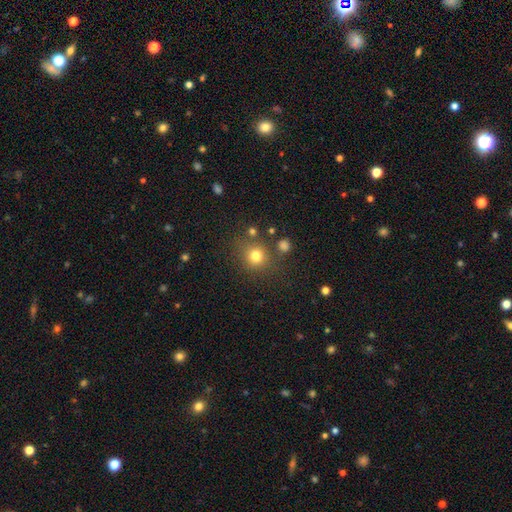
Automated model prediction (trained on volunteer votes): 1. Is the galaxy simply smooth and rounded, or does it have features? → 78% smooth, 15% star or artifact, 7% featured or disk.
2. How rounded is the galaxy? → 86% round, 13% in between, 1% cigar-shaped.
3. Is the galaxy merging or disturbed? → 77% none, 11% minor disturbance, 7% merger, 5% major disturbance.